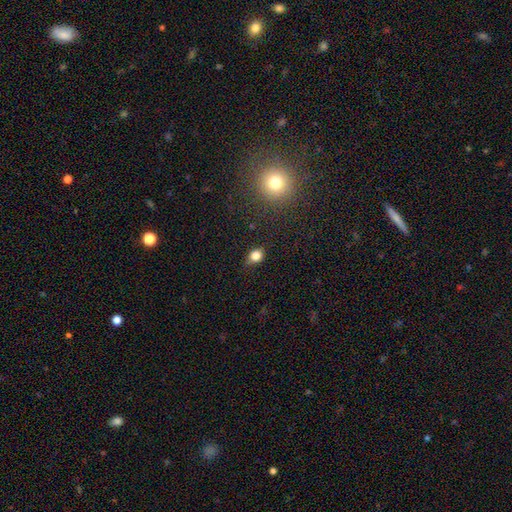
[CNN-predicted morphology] Overall: smooth (80%). How rounded: round (50%; in between 48%). Merging: none (71%).